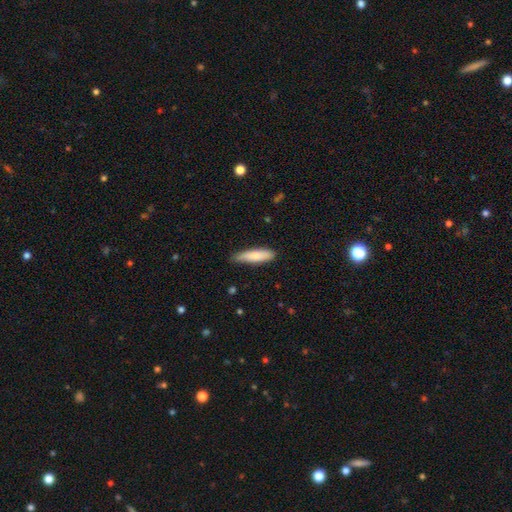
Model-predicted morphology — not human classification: This appears to be a smooth galaxy with no disk features (82%) that is cigar-shaped (68%). Merging: none (78%).